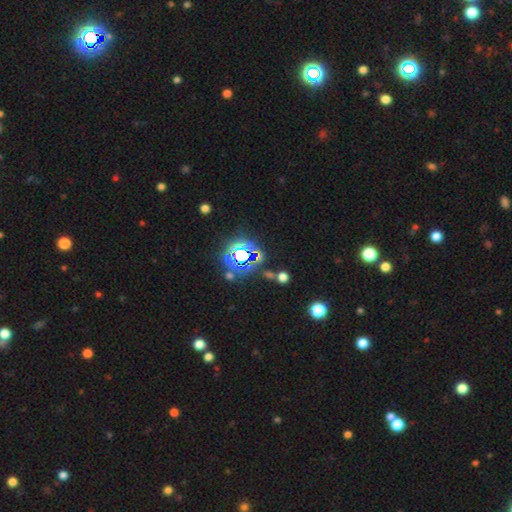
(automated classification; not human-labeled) Smooth or featured? star or artifact (70%)